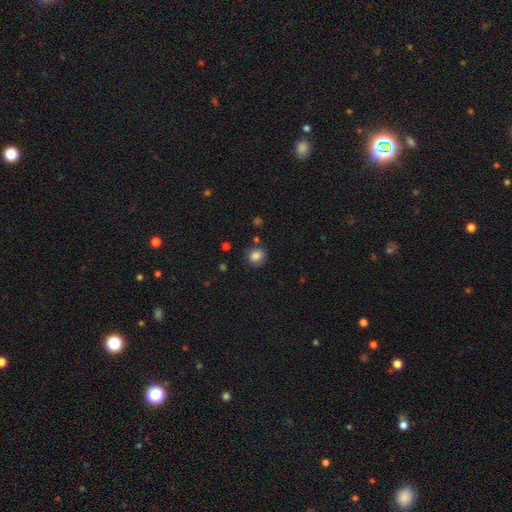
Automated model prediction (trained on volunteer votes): This appears to be a smooth galaxy with no disk features (84%) that is round (70%). Merging: none (79%).